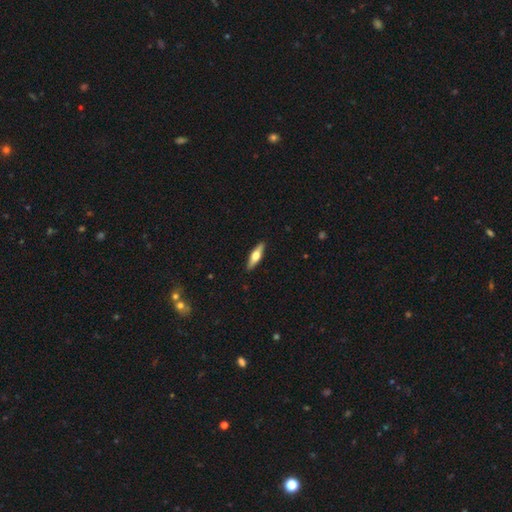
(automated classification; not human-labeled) featured or disk 49%, smooth 46%, star or artifact 5%. Down the decision tree: merging — none (90%).